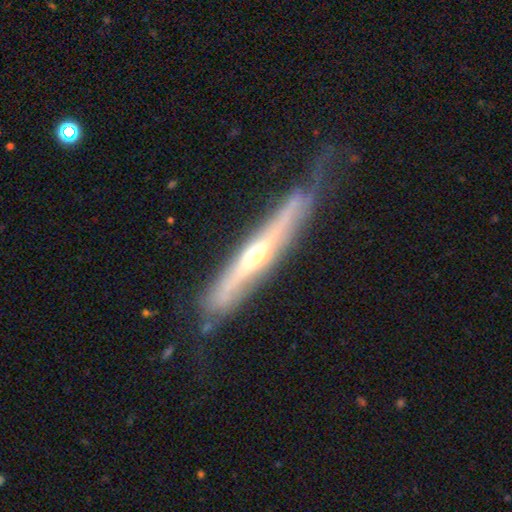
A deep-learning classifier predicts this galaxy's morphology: A featured or disk galaxy (77%) viewed edge-on (82%) with a rounded central bulge (75%). Merging: none (52%).